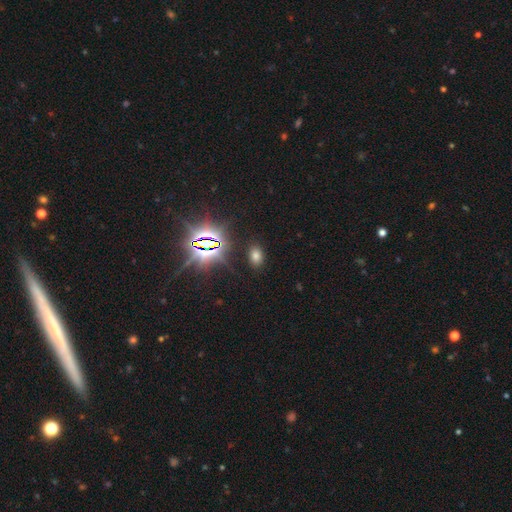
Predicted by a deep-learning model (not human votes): Q: Smooth or featured?
A: smooth (62%); runner-up: star or artifact (31%)
Q: How rounded?
A: in between (83%); runner-up: round (16%)
Q: Merging?
A: none (86%); runner-up: minor disturbance (9%)